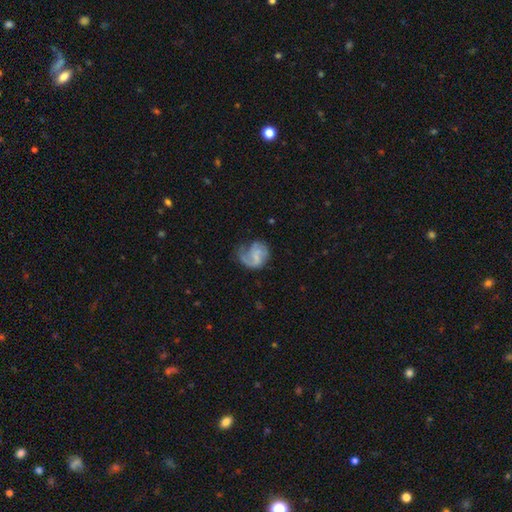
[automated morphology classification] This appears to be a featured or disk galaxy (61%) with no bar (52%), spiral arms (81%) and a small central bulge (43%). Merging: none (38%).